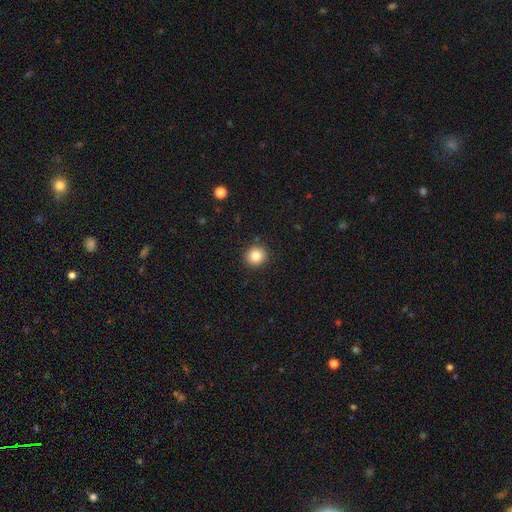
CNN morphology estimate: This is clearly a smooth galaxy (85%). How rounded: clearly round (90%). Merging: clearly none (90%).